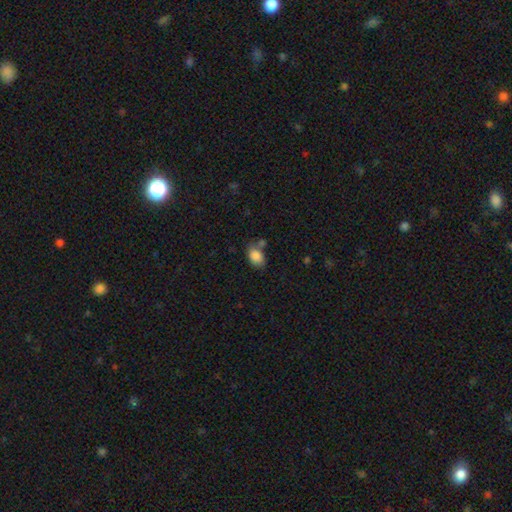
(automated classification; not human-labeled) Smooth or featured?
  - smooth: 86% *
  - star or artifact: 8%
  - featured or disk: 7%
How rounded?
  - in between: 84% *
  - round: 15%
  - cigar-shaped: 1%
Merging?
  - none: 55% *
  - minor disturbance: 20%
  - merger: 18%
  - major disturbance: 6%